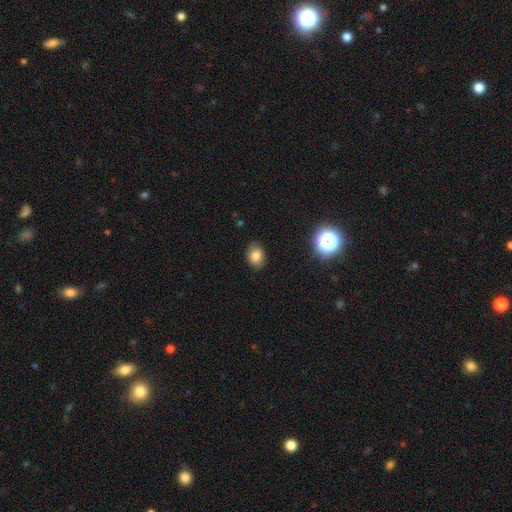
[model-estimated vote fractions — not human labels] A smooth galaxy with no disk features (80%) that is in between round and cigar-shaped (65%). Merging: none (87%).